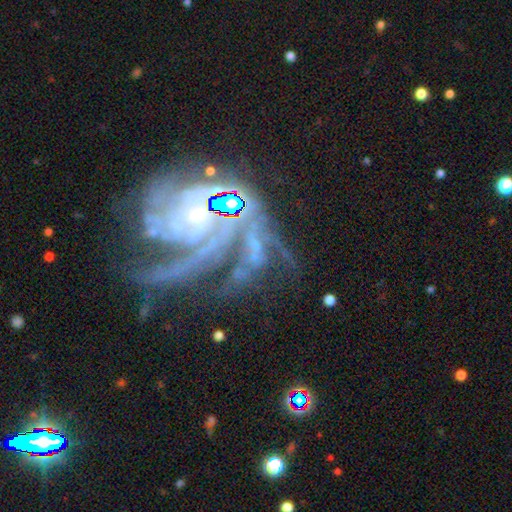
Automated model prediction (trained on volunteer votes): Smooth or featured: featured or disk — 74% (star or artifact — 17%)
Edge-on disk: no — 96% (yes — 4%)
Bar: no — 56% (weak — 25%)
Spiral arms: yes — 92% (no — 8%)
Spiral winding: tight — 46% (medium — 37%)
Spiral arm count: 2 — 26% (can't tell — 22%)
Bulge size: small — 67% (moderate — 17%)
Merging: none — 39% (major disturbance — 29%)